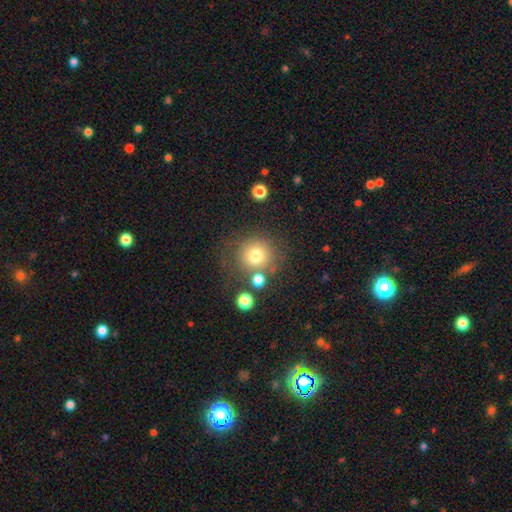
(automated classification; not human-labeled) smooth 75%, star or artifact 13%, featured or disk 12%. Down the decision tree: how rounded — round (91%); merging — none (71%).